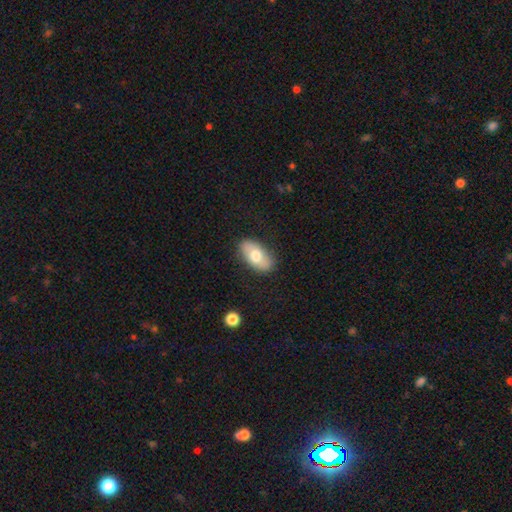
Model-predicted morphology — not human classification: A smooth galaxy with no disk features (69%) that is in between round and cigar-shaped (93%). Merging: none (84%).